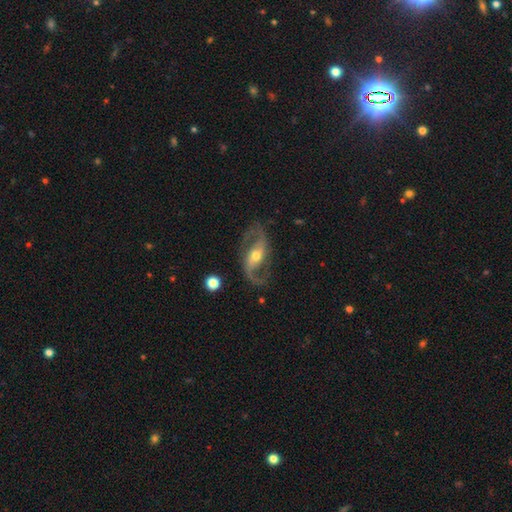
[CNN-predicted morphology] type=featured or disk (89%); edge-on=no (96%); bar=weak (37%); spiral arms=yes (96%); winding=medium (45%); arm count=2 (92%); bulge=moderate (61%); merging=none (78%).